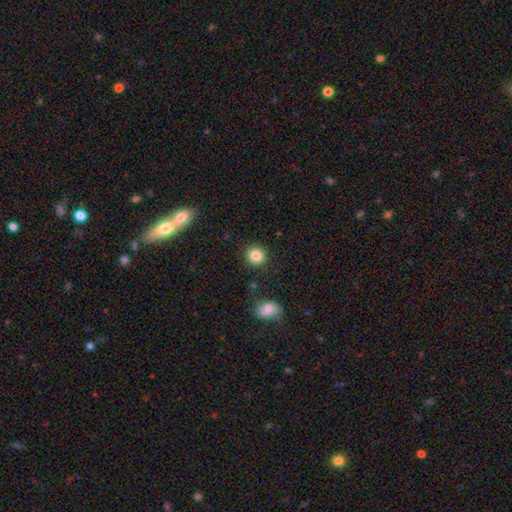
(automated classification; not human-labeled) Morphology: type=smooth (85%); roundness=round (90%); merging=none (89%).